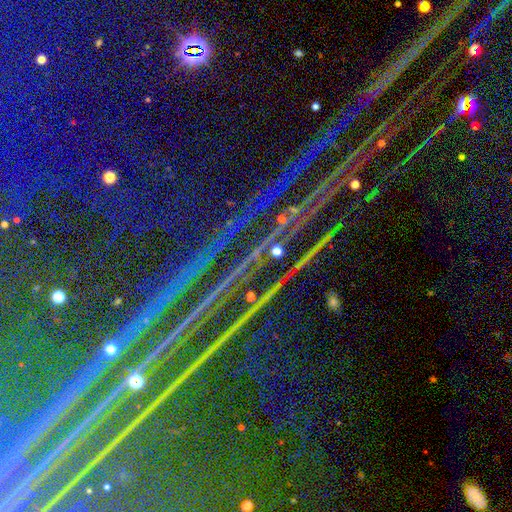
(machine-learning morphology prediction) Smooth or featured?
  - star or artifact: 88% *
  - featured or disk: 7%
  - smooth: 5%